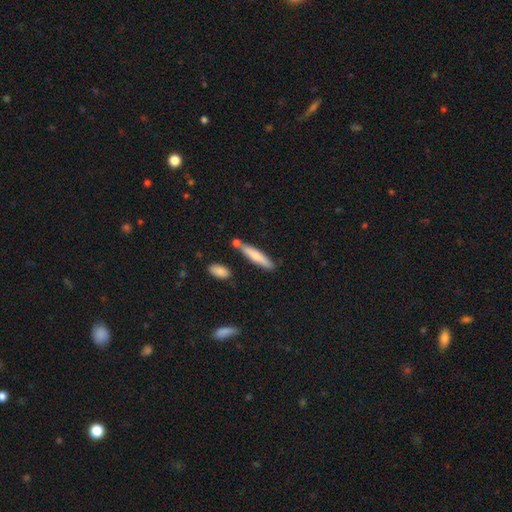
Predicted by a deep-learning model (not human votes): This is likely a smooth galaxy (70%). How rounded: clearly cigar-shaped (86%). Merging: likely none (72%).